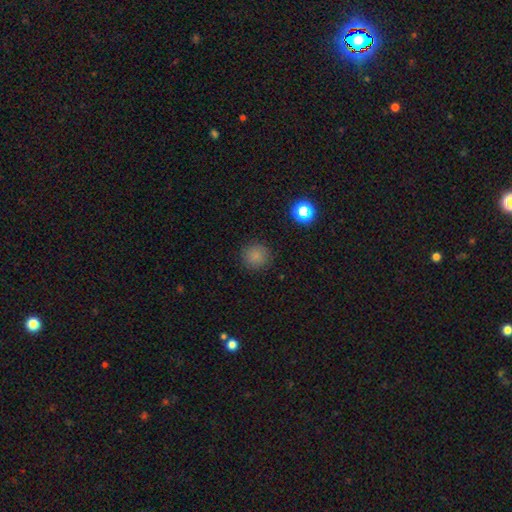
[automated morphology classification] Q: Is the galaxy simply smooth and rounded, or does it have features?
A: smooth — 81%.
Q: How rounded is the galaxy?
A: round — 93%.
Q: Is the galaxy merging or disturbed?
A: none — 89%.